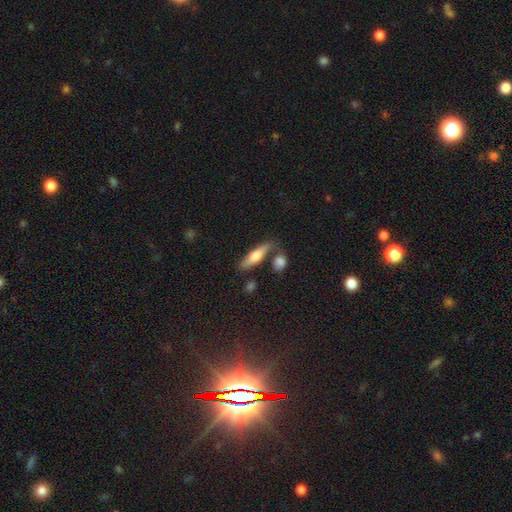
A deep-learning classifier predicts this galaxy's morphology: This is possibly a smooth galaxy (56%). How rounded: likely cigar-shaped (65%). Merging: likely none (67%).